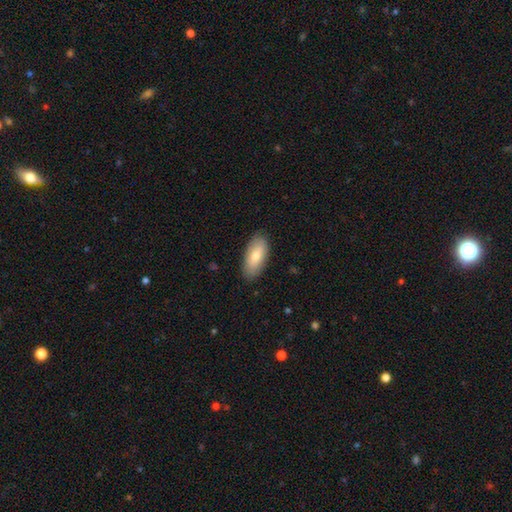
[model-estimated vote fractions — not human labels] smooth 75%, featured or disk 19%, star or artifact 6%. Down the decision tree: how rounded — in between (88%); merging — none (87%).